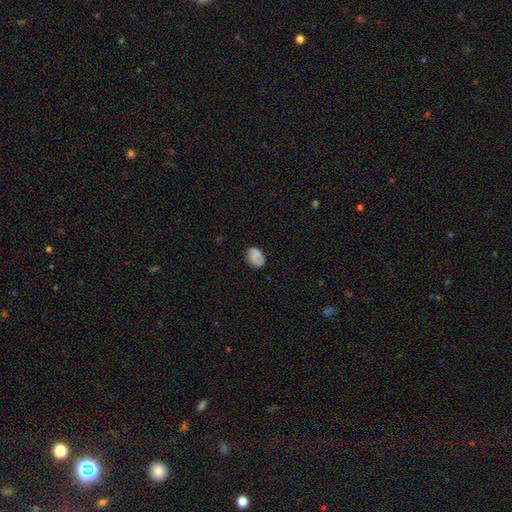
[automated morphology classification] Smooth or featured? smooth (74%)
How rounded? in between (72%)
Merging? none (70%)